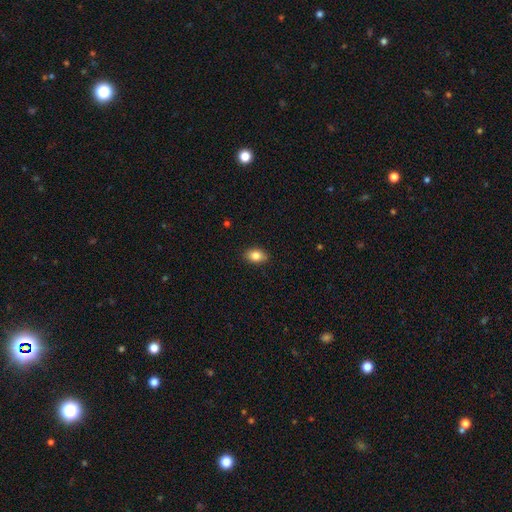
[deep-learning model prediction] Smooth or featured? smooth (84%)
How rounded? in between (83%)
Merging? none (87%)